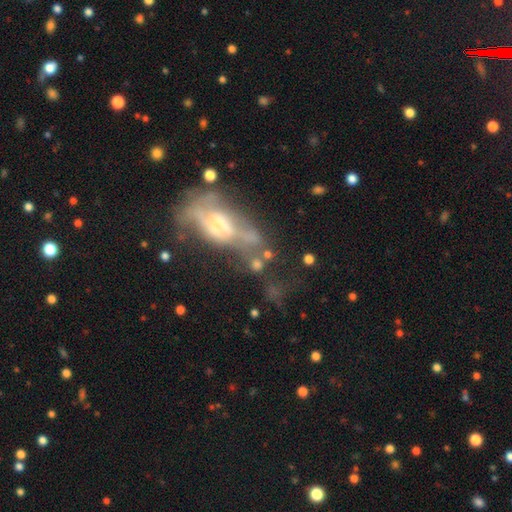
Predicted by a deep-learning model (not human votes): Overall: featured or disk (62%; smooth 23%). Edge-on disk: no (81%). Bar: no (72%). Spiral arms: no (69%; yes 31%). Bulge size: moderate (44%; small 21%). Merging: major disturbance (33%; none 31%).